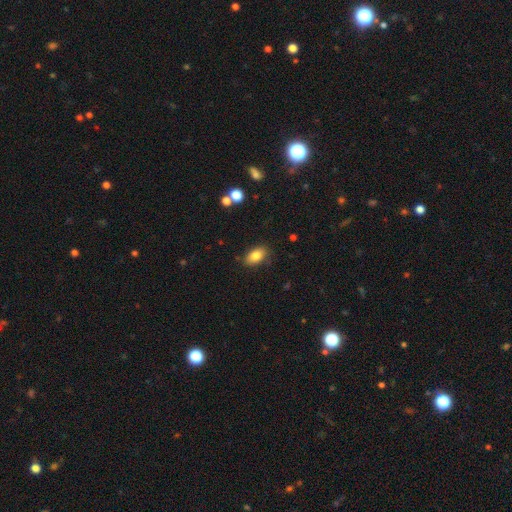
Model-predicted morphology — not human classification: Smooth or featured?
  - smooth: 83% *
  - featured or disk: 9%
  - star or artifact: 9%
How rounded?
  - in between: 90% *
  - round: 7%
  - cigar-shaped: 3%
Merging?
  - none: 84% *
  - minor disturbance: 12%
  - major disturbance: 3%
  - merger: 2%